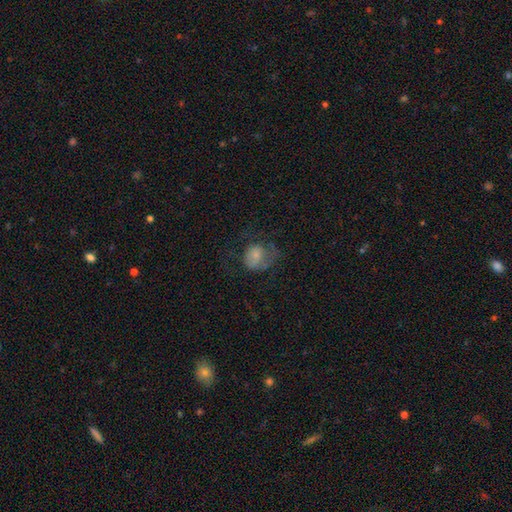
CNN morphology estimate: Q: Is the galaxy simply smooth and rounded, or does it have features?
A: smooth — 63%.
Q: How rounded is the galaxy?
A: round — 57%.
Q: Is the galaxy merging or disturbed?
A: major disturbance — 42%.